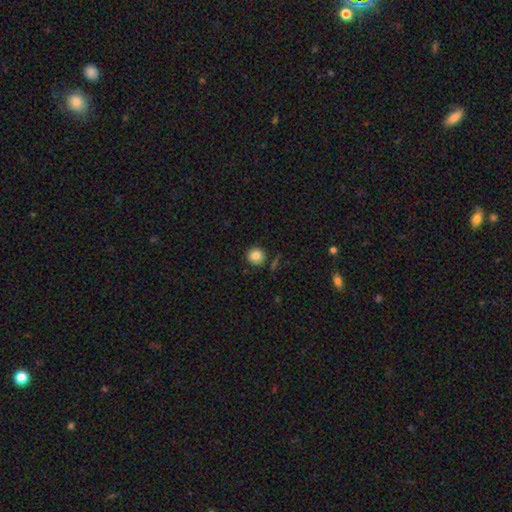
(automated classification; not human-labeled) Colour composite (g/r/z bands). It shows a smooth galaxy with no disk features (84%) that is round (91%). Merging: none (86%).